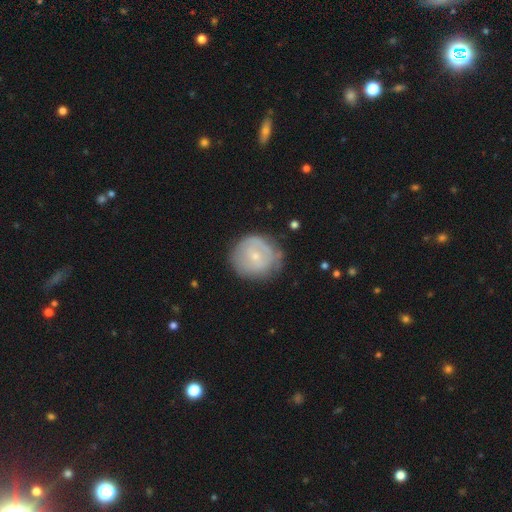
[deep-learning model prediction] This is possibly a featured or disk galaxy (48%). Merging: likely none (65%).